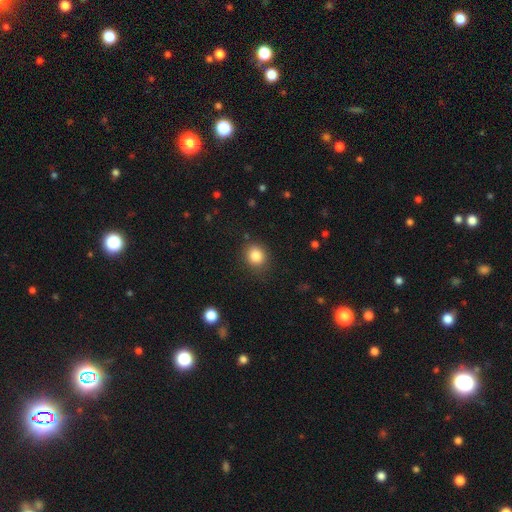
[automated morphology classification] Q: Smooth or featured?
A: smooth (84%); runner-up: star or artifact (11%)
Q: How rounded?
A: round (80%); runner-up: in between (19%)
Q: Merging?
A: none (83%); runner-up: minor disturbance (12%)